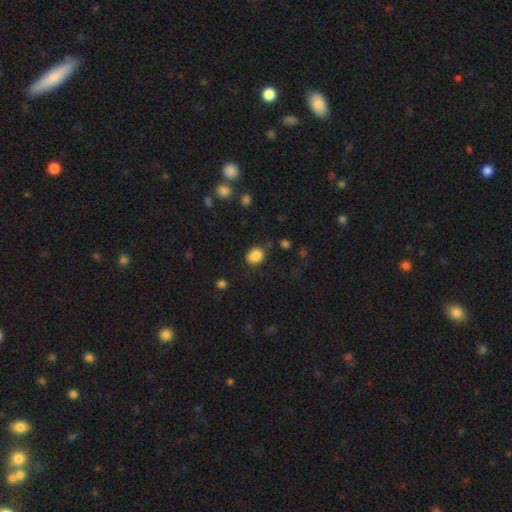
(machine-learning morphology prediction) Smooth or featured?
  - smooth: 87% *
  - star or artifact: 9%
  - featured or disk: 4%
How rounded?
  - in between: 52% *
  - round: 47%
  - cigar-shaped: 1%
Merging?
  - none: 78% *
  - minor disturbance: 15%
  - major disturbance: 5%
  - merger: 2%